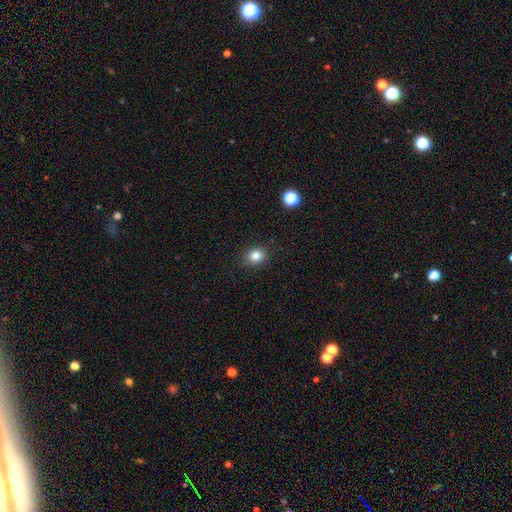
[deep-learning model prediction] Morphology: type=smooth (82%); roundness=round (67%); merging=none (88%).